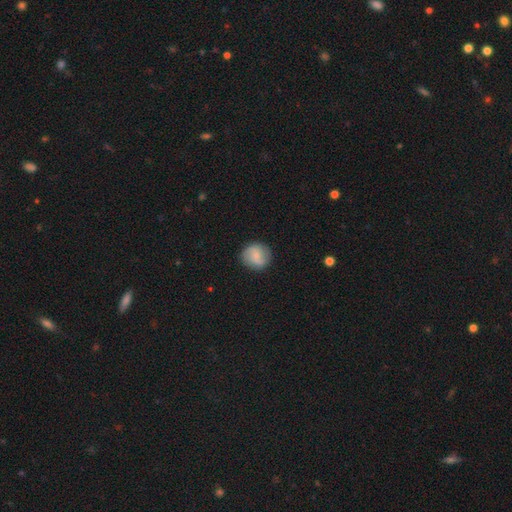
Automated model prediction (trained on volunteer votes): The model was most divided on "smooth or featured": smooth: 48%, featured or disk: 45%, star or artifact: 7%. More confident: merging — none (85%).